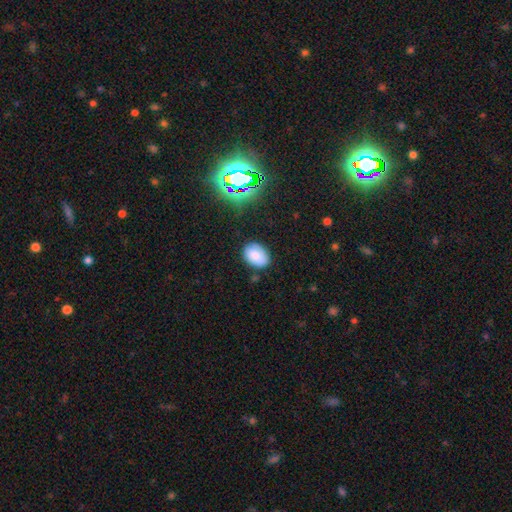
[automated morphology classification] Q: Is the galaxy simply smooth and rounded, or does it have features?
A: smooth — 82%.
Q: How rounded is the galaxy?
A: in between — 80%.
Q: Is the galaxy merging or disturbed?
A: none — 78%.